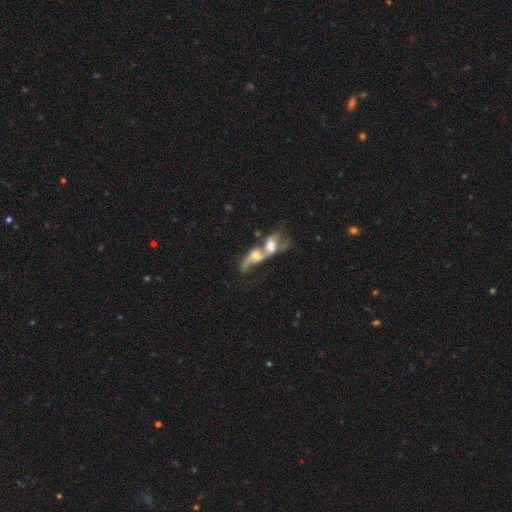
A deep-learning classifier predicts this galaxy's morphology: This is possibly a featured or disk galaxy (53%). It is clearly not viewed edge-on (90%). Merging: clearly merger (81%).